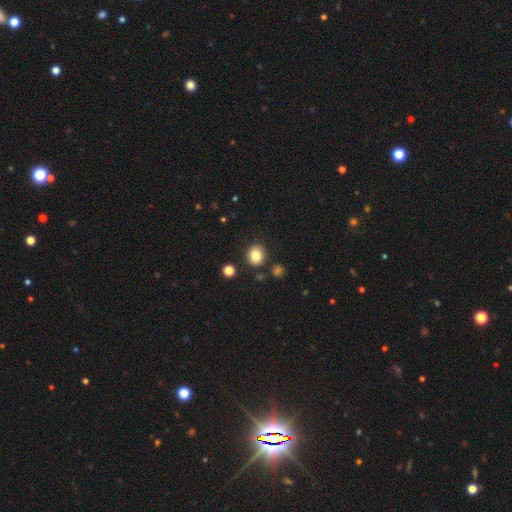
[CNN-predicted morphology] This appears to be a smooth galaxy with no disk features (83%) that is round (76%). Merging: none (85%).